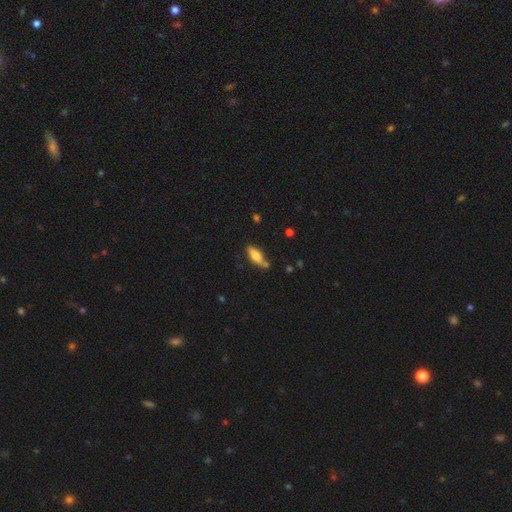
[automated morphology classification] A smooth galaxy with no disk features (65%) that is in between round and cigar-shaped (57%).

Vote fractions:
- Smooth or featured? smooth: 65% / featured or disk: 28% / star or artifact: 7%
- How rounded? in between: 57% / cigar-shaped: 40% / round: 2%
- Merging? none: 71% / minor disturbance: 16% / merger: 9% / major disturbance: 4%